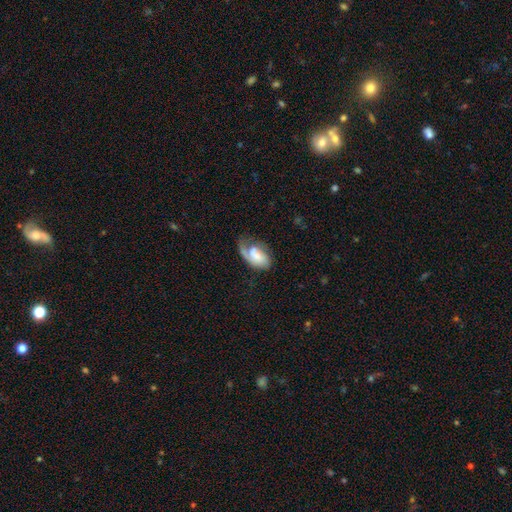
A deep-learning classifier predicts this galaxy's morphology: featured or disk 56%, smooth 37%, star or artifact 7%. Down the decision tree: edge-on disk — no (96%); bar — no (56%); spiral arms — yes (83%); bulge size — small (30%, tied with moderate); merging — none (37%).